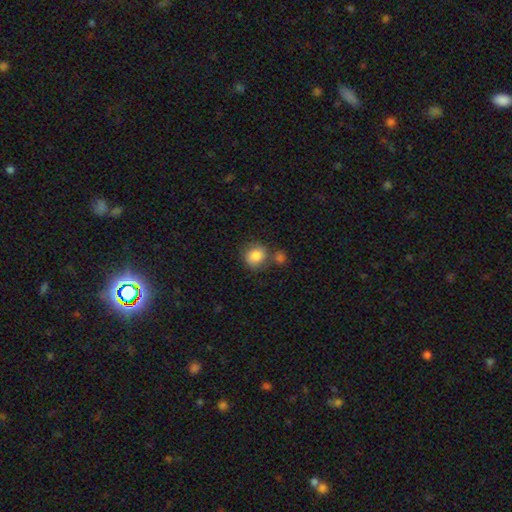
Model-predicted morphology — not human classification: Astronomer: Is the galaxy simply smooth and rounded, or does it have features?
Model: smooth — 84%.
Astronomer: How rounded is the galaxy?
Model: round — 81%.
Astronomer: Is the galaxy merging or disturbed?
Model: none — 62%.